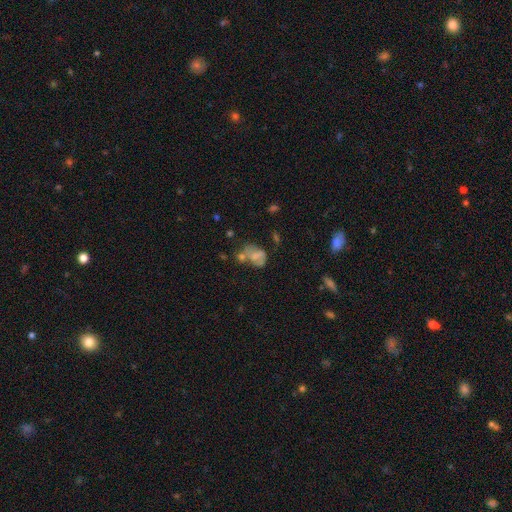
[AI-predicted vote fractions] Smooth or featured? Predicted: smooth (p=0.54). How rounded? Predicted: in between (p=0.74). Merging? Predicted: merger (p=0.32).